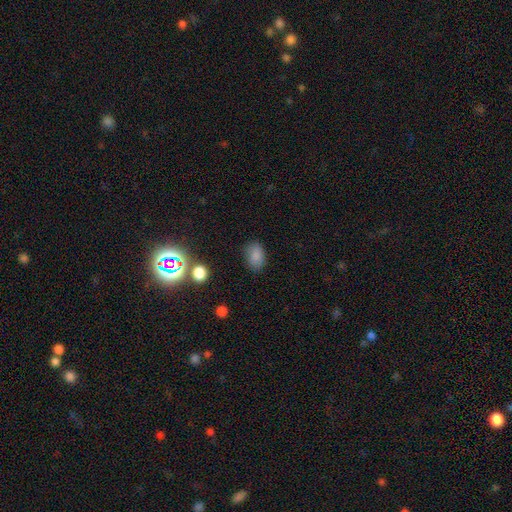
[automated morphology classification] Q: Smooth or featured?
A: smooth (83%); runner-up: star or artifact (12%)
Q: How rounded?
A: in between (81%); runner-up: round (18%)
Q: Merging?
A: none (80%); runner-up: minor disturbance (14%)